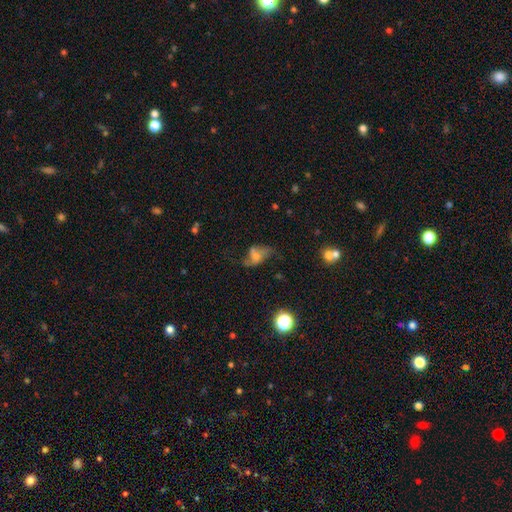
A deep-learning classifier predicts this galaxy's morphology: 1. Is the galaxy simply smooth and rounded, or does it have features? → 51% featured or disk, 34% smooth, 15% star or artifact.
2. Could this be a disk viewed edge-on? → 94% no, 6% yes.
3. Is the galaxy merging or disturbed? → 39% none, 27% major disturbance, 24% minor disturbance, 10% merger.